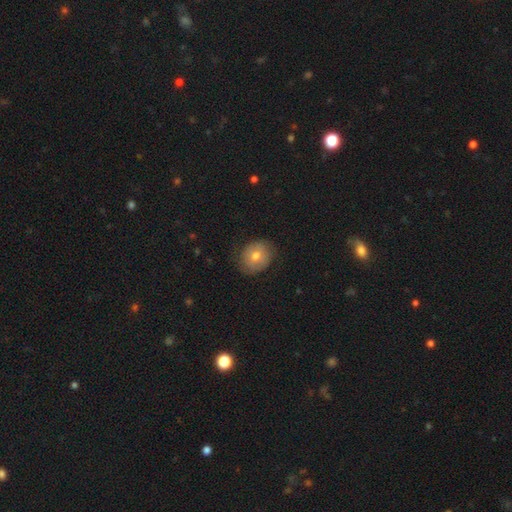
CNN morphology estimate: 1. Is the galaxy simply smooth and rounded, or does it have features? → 68% smooth, 23% featured or disk, 8% star or artifact.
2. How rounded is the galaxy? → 65% round, 34% in between, 1% cigar-shaped.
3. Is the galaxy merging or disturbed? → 77% none, 18% minor disturbance, 5% major disturbance, 1% merger.